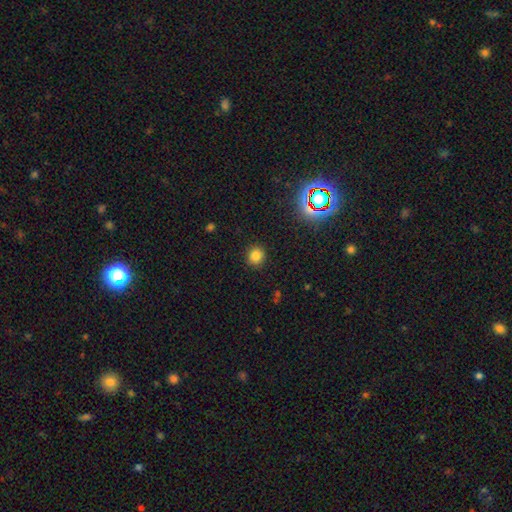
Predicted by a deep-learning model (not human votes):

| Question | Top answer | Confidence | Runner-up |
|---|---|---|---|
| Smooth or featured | smooth | 81% | star or artifact (14%) |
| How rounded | round | 87% | in between (12%) |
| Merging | none | 90% | minor disturbance (7%) |